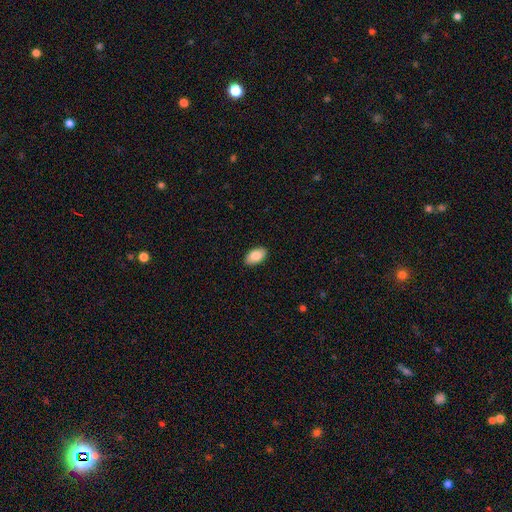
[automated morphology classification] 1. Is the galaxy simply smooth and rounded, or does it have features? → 86% smooth, 8% featured or disk, 7% star or artifact.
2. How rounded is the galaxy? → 94% in between, 4% round, 2% cigar-shaped.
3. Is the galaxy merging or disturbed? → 89% none, 8% minor disturbance, 2% major disturbance, 1% merger.